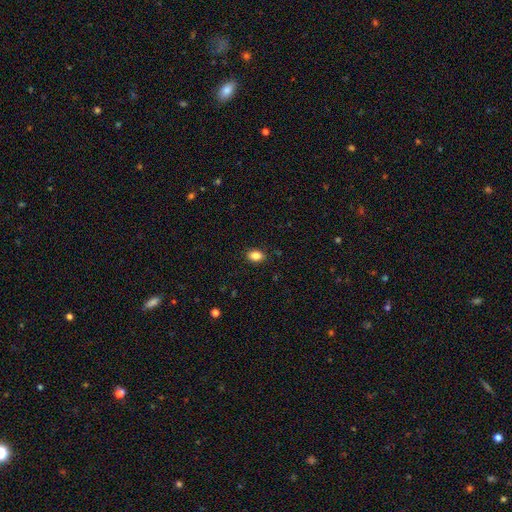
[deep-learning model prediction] Smooth or featured?
  - smooth: 86% *
  - star or artifact: 9%
  - featured or disk: 5%
How rounded?
  - in between: 79% *
  - round: 19%
  - cigar-shaped: 1%
Merging?
  - none: 89% *
  - minor disturbance: 8%
  - major disturbance: 2%
  - merger: 1%